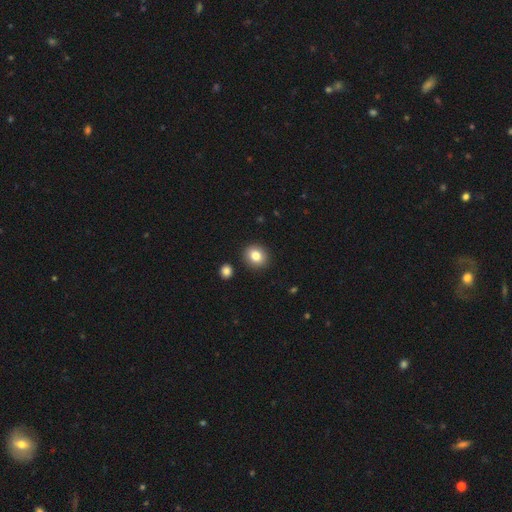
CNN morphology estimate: Q: Smooth or featured?
A: smooth (82%); runner-up: star or artifact (10%)
Q: How rounded?
A: round (74%); runner-up: in between (25%)
Q: Merging?
A: none (89%); runner-up: minor disturbance (6%)